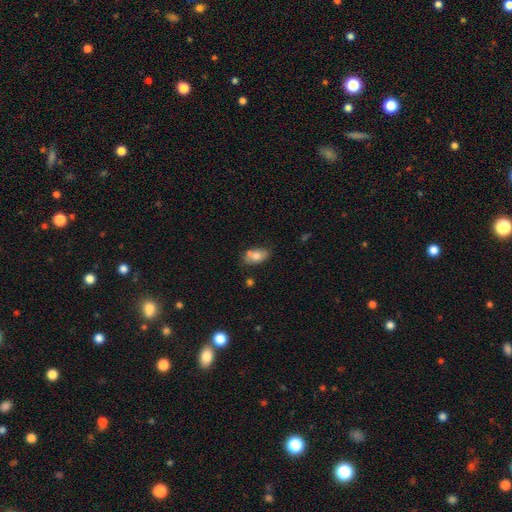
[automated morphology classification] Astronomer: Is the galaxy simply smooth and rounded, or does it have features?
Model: smooth — 71%.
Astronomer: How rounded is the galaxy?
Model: in between — 88%.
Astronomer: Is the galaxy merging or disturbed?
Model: none — 58%.